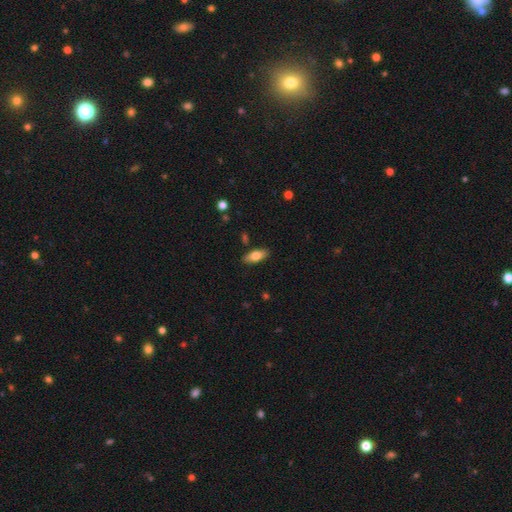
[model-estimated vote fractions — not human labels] Q: Smooth or featured?
A: smooth (74%); runner-up: featured or disk (20%)
Q: How rounded?
A: in between (81%); runner-up: cigar-shaped (17%)
Q: Merging?
A: none (87%); runner-up: minor disturbance (10%)